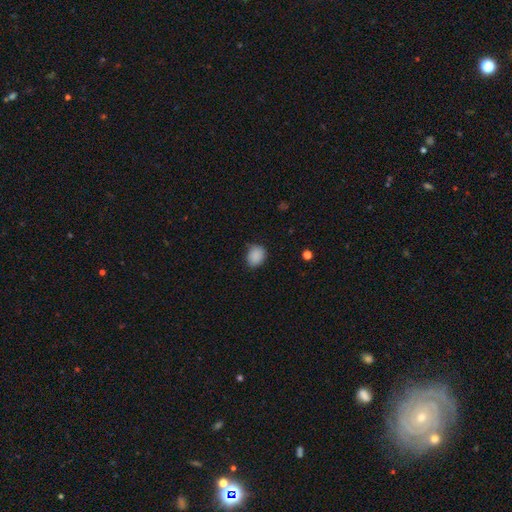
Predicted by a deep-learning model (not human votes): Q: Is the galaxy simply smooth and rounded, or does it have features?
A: smooth — 88%.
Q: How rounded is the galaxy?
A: round — 55%.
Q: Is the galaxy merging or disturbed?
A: none — 72%.